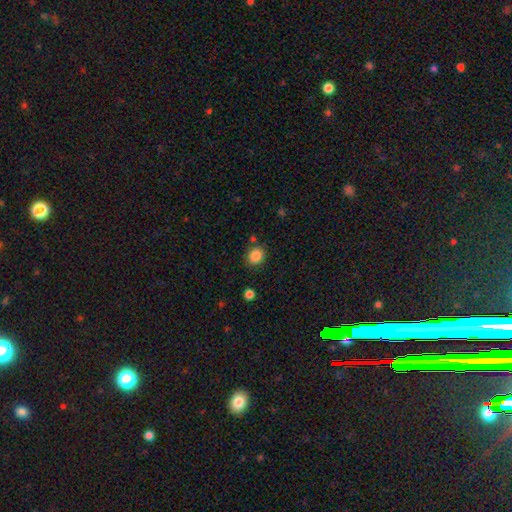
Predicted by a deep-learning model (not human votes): smooth 86%, star or artifact 10%, featured or disk 4%. Down the decision tree: how rounded — round (69%); merging — none (80%).